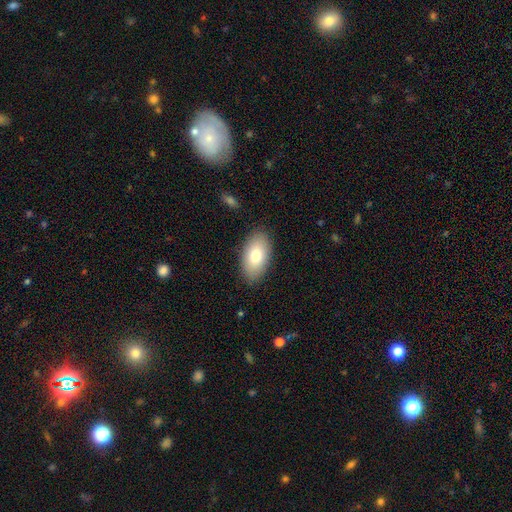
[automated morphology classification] Smooth or featured? smooth (77%)
How rounded? in between (94%)
Merging? none (87%)